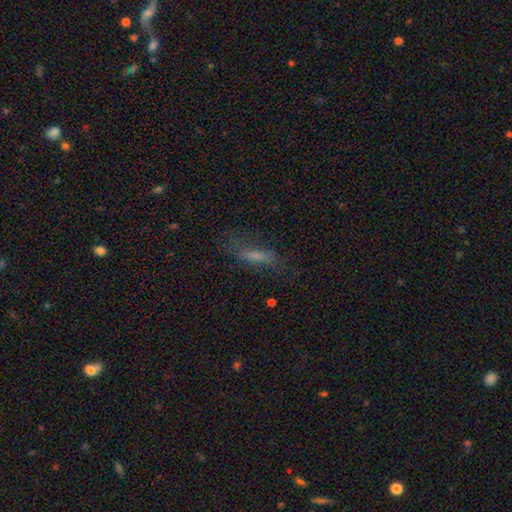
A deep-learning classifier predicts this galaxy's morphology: Smooth or featured? Predicted: smooth (p=0.51). How rounded? Predicted: cigar-shaped (p=0.68). Merging? Predicted: none (p=0.64).